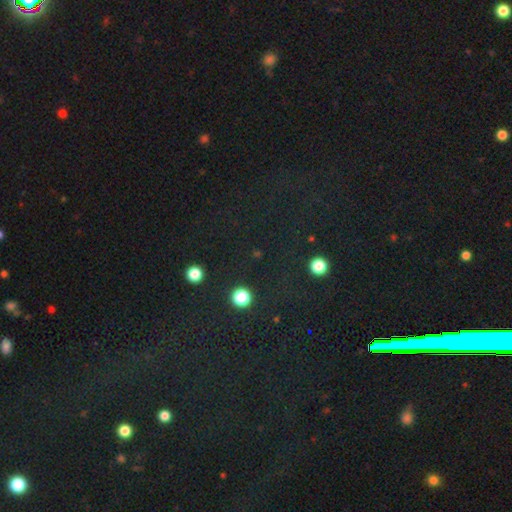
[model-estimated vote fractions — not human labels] Smooth or featured: star or artifact — 67% (smooth — 20%)